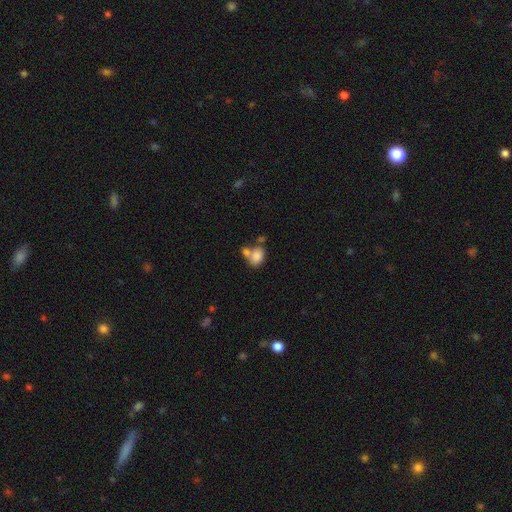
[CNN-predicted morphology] A smooth galaxy with no disk features (82%) that is in between round and cigar-shaped (68%).

Vote fractions:
- Smooth or featured? smooth: 82% / star or artifact: 9% / featured or disk: 9%
- How rounded? in between: 68% / round: 30% / cigar-shaped: 1%
- Merging? merger: 44% / none: 38% / minor disturbance: 12% / major disturbance: 6%